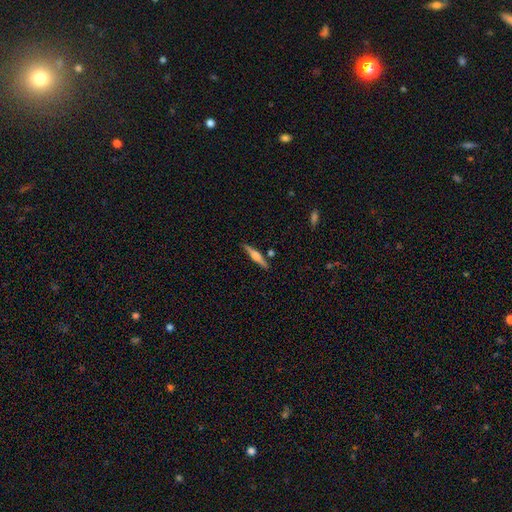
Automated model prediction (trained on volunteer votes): This appears to be a featured or disk galaxy (64%) viewed edge-on (97%) with a rounded central bulge (83%). Merging: none (87%).